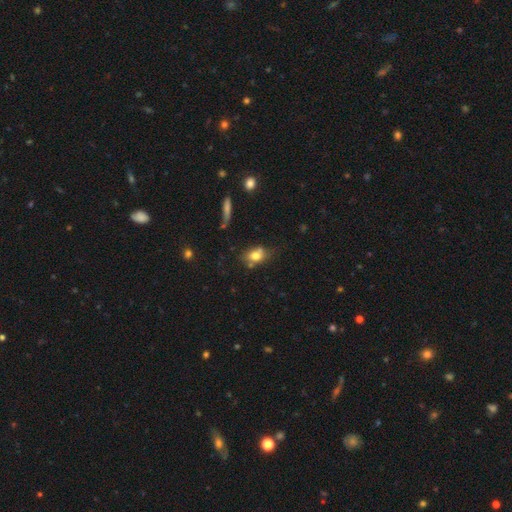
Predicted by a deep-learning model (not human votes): Morphology: type=smooth (75%); roundness=in between (68%); merging=none (57%).